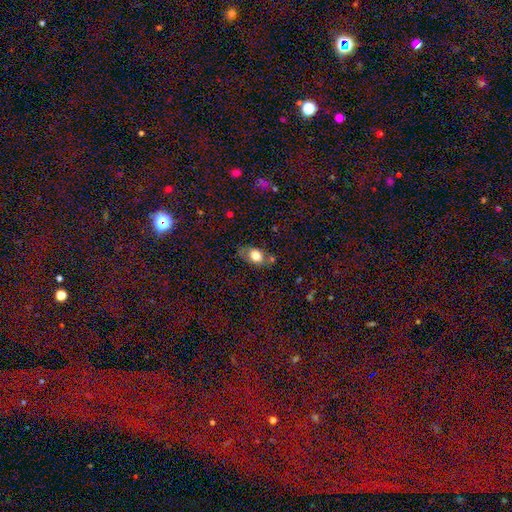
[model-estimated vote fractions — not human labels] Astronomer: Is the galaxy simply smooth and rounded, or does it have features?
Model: smooth — 75%.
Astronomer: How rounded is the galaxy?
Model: in between — 81%.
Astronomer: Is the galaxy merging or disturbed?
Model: none — 63%.